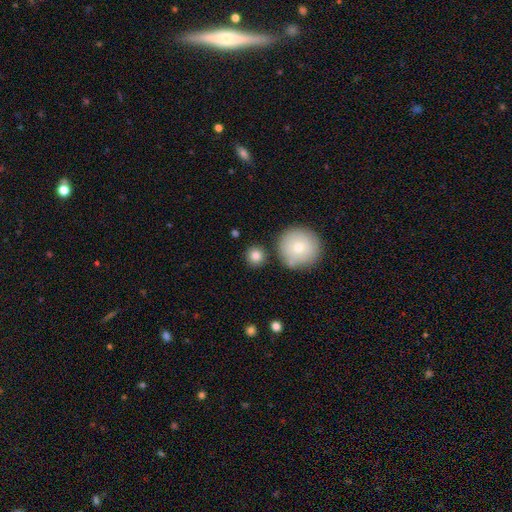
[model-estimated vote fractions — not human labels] smooth 82%, star or artifact 10%, featured or disk 8%. Down the decision tree: how rounded — round (93%); merging — none (83%).